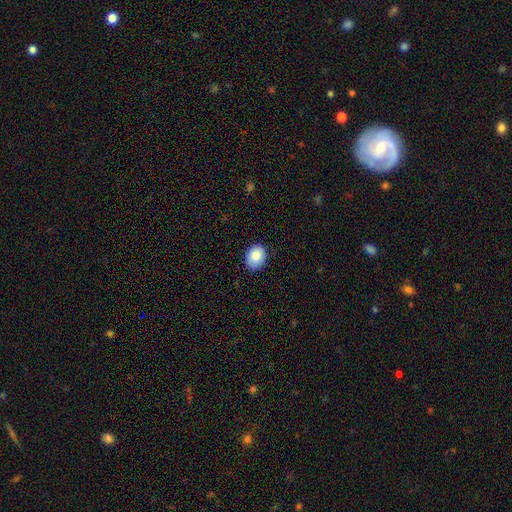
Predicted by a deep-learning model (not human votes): smooth 87%, star or artifact 8%, featured or disk 6%. Down the decision tree: how rounded — in between (61%); merging — none (83%).